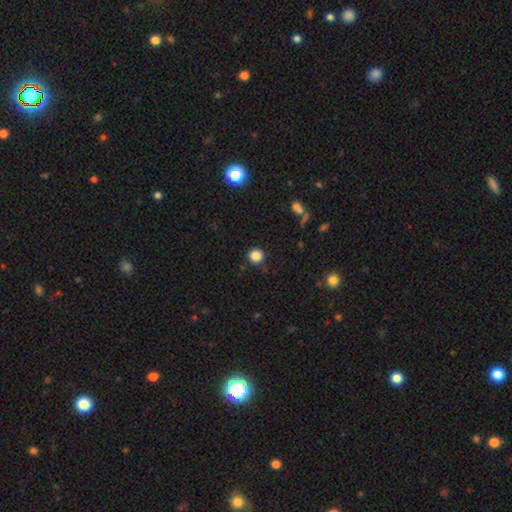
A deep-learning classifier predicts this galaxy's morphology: This is clearly a smooth galaxy (85%). How rounded: clearly round (93%). Merging: clearly none (88%).